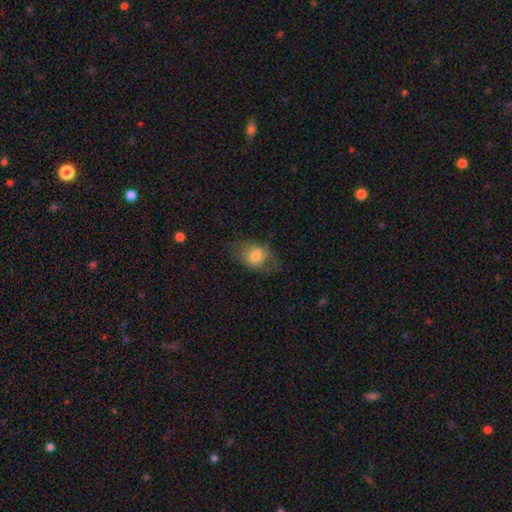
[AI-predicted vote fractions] Morphology: type=smooth (70%); roundness=in between (72%); merging=none (60%).